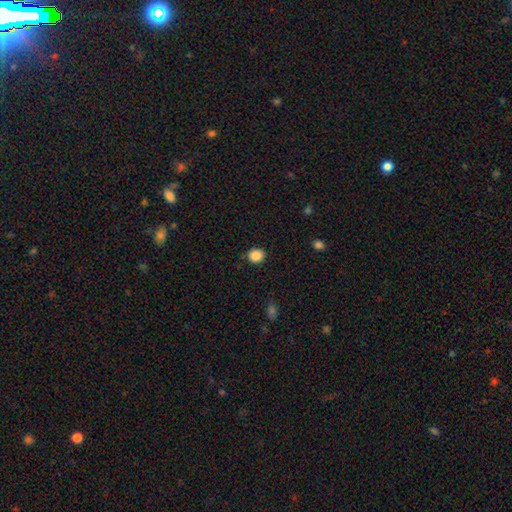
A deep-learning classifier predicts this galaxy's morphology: smooth 87%, star or artifact 10%, featured or disk 3%. Down the decision tree: how rounded — round (79%); merging — none (88%).